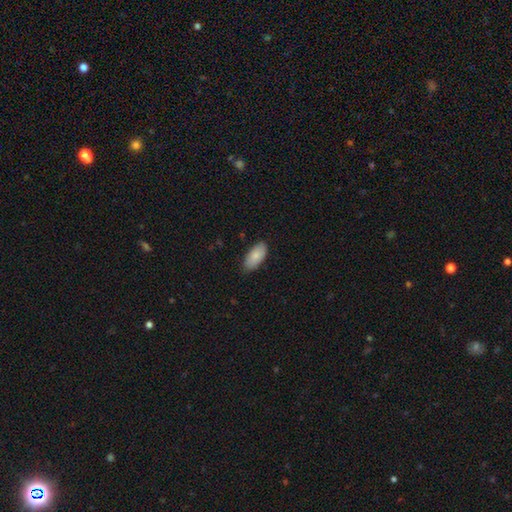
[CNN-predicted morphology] This is clearly a smooth galaxy (84%). How rounded: clearly in between (93%). Merging: clearly none (81%).